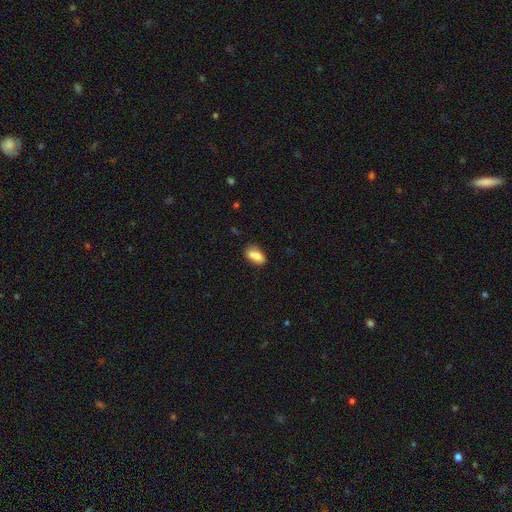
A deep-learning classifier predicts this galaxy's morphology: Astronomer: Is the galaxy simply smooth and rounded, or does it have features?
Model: smooth — 76%.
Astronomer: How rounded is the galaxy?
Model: in between — 84%.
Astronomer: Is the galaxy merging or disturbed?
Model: none — 44% (runner-up: merger, 35%).